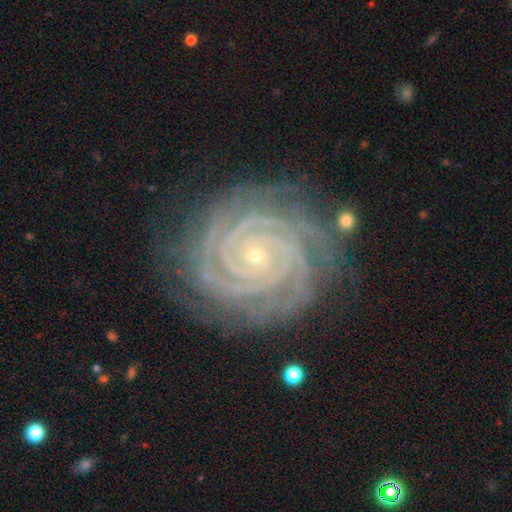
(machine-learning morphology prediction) Overall: featured or disk (93%). Edge-on disk: no (98%). Bar: no (74%). Spiral arms: yes (99%). Spiral arm count: 3 (24%; 4 23%). Spiral winding: tight (91%). Bulge size: small (89%). Merging: none (82%).